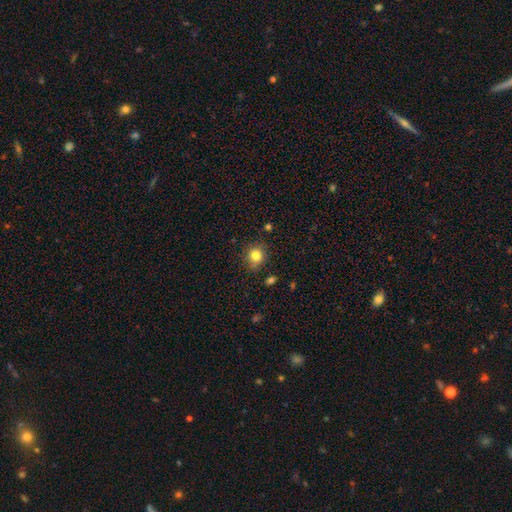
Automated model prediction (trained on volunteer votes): Smooth or featured? Predicted: smooth (p=0.82). How rounded? Predicted: round (p=0.80). Merging? Predicted: none (p=0.82).